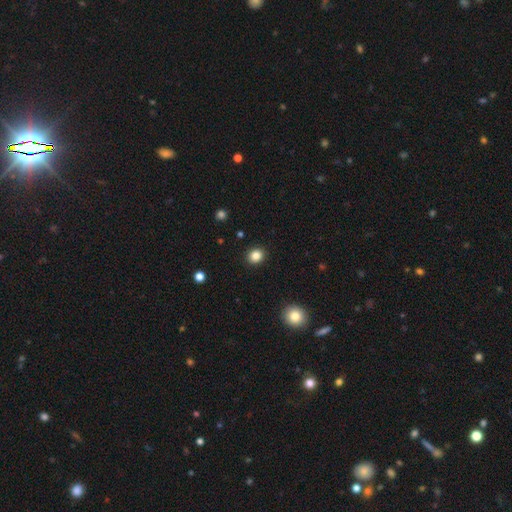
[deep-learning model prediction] Smooth or featured?
  - smooth: 85% *
  - star or artifact: 11%
  - featured or disk: 4%
How rounded?
  - round: 73% *
  - in between: 26%
  - cigar-shaped: 1%
Merging?
  - none: 91% *
  - minor disturbance: 6%
  - major disturbance: 2%
  - merger: 1%